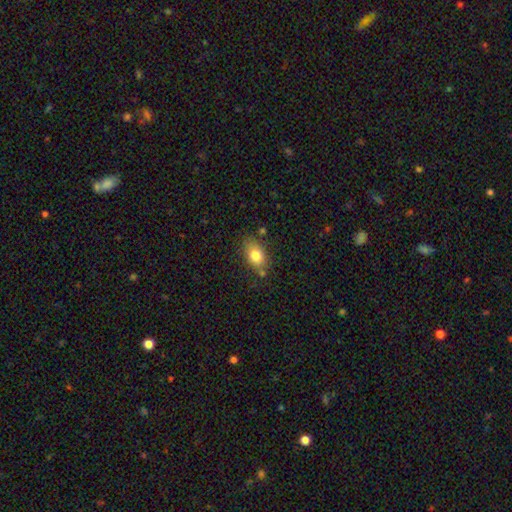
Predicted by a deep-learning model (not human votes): Smooth or featured?
  - smooth: 80% *
  - featured or disk: 11%
  - star or artifact: 9%
How rounded?
  - in between: 83% *
  - round: 15%
  - cigar-shaped: 2%
Merging?
  - none: 71% *
  - minor disturbance: 19%
  - merger: 7%
  - major disturbance: 4%